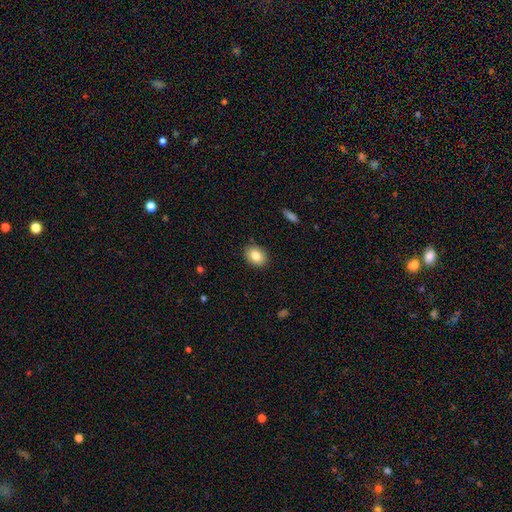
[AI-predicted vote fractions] The model was most divided on "how rounded": in between: 63%, round: 36%, cigar-shaped: 1%. More confident: merging — none (89%); smooth or featured — smooth (83%).